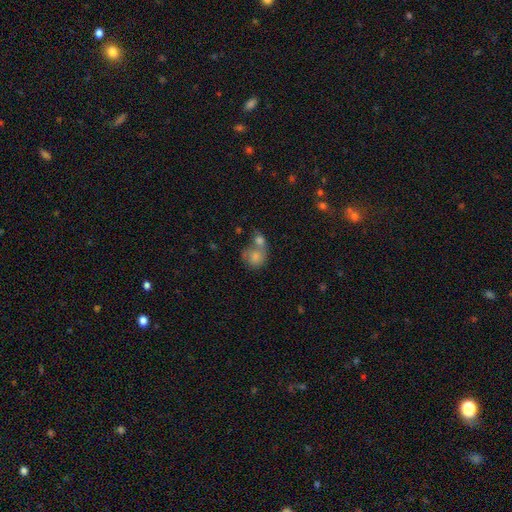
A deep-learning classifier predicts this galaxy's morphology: smooth-or-featured: smooth: 77% | featured or disk: 15% | star or artifact: 8%
  how-rounded: round: 67% | in between: 32% | cigar-shaped: 1%
  merging: merger: 61% | none: 23% | minor disturbance: 9% | major disturbance: 6%